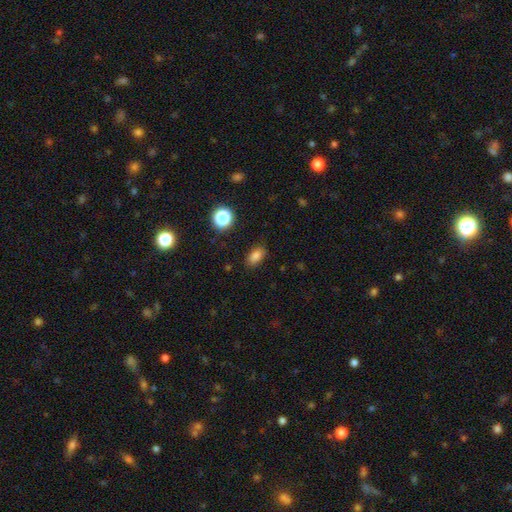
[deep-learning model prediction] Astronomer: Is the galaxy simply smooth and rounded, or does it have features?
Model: smooth — 81%.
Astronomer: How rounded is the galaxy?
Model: in between — 85%.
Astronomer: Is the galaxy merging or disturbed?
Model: none — 85%.